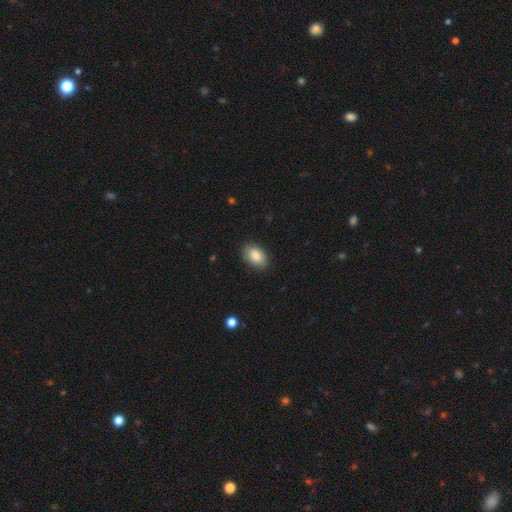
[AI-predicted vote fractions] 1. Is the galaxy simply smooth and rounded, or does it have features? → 87% smooth, 7% star or artifact, 6% featured or disk.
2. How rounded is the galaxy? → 91% in between, 8% round, 1% cigar-shaped.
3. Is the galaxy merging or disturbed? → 88% none, 9% minor disturbance, 2% major disturbance, 1% merger.